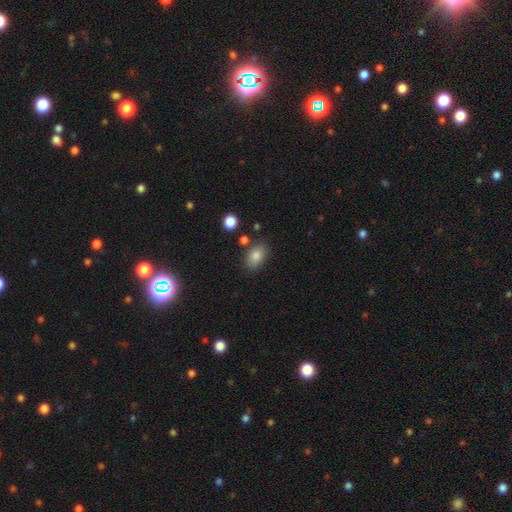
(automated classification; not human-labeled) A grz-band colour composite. It shows a smooth galaxy with no disk features (84%) that is in between round and cigar-shaped (85%). Merging: none (77%).